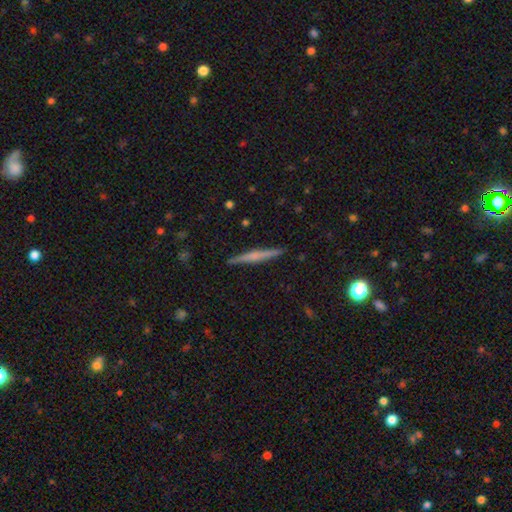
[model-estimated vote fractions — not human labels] This is possibly a featured or disk galaxy (57%). It is clearly viewed edge-on (98%). Edge-on bulge: marginally rounded (43%). Merging: clearly none (91%).